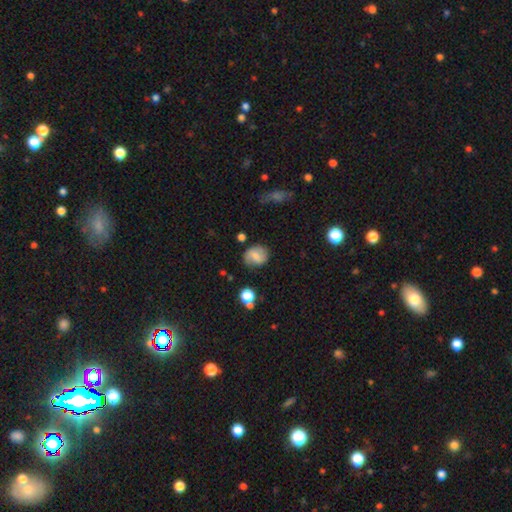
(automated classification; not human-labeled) A smooth galaxy with no disk features (58%) that is round (62%). Merging: none (73%).